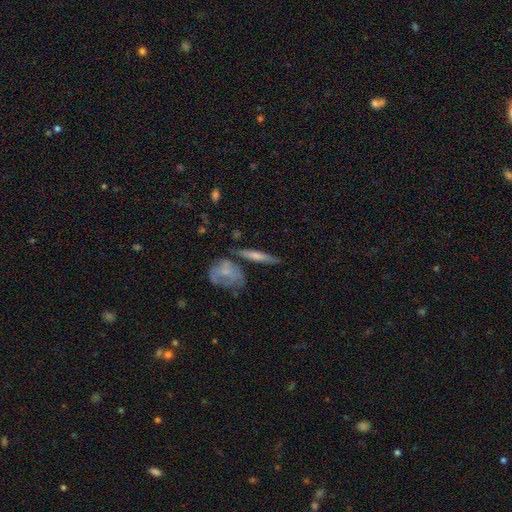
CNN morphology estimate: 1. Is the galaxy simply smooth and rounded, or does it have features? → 54% smooth, 39% featured or disk, 6% star or artifact.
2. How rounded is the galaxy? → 83% cigar-shaped, 13% in between, 4% round.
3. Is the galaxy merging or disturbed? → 69% none, 15% minor disturbance, 11% merger, 5% major disturbance.